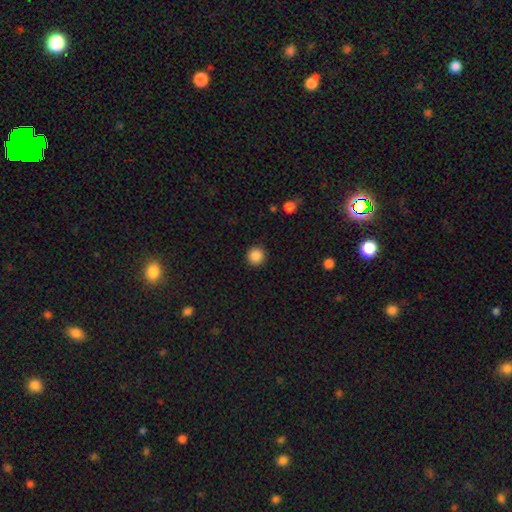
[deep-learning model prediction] Smooth or featured?
  - smooth: 87% *
  - star or artifact: 10%
  - featured or disk: 3%
How rounded?
  - round: 94% *
  - in between: 5%
  - cigar-shaped: 1%
Merging?
  - none: 92% *
  - minor disturbance: 5%
  - major disturbance: 2%
  - merger: 1%